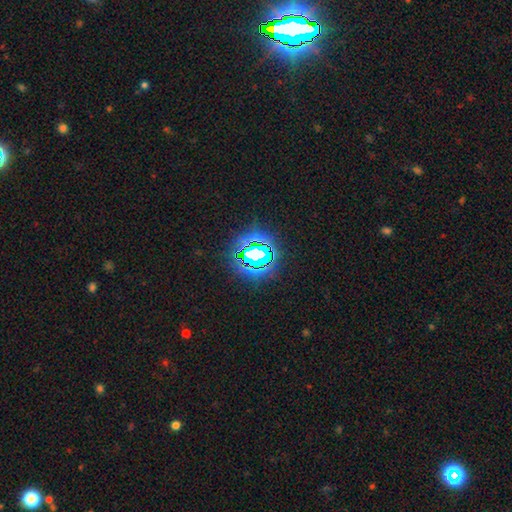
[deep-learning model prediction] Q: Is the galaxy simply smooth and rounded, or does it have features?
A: star or artifact — 70%.